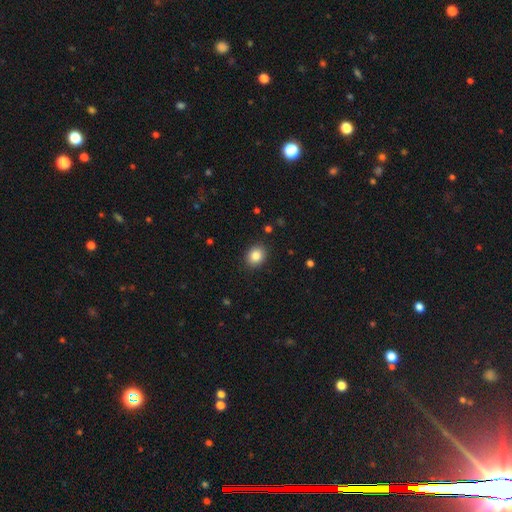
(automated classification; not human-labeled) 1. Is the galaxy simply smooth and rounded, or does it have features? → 85% smooth, 9% star or artifact, 5% featured or disk.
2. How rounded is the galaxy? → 53% round, 46% in between, 1% cigar-shaped.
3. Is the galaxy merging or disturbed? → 89% none, 7% minor disturbance, 2% major disturbance, 1% merger.